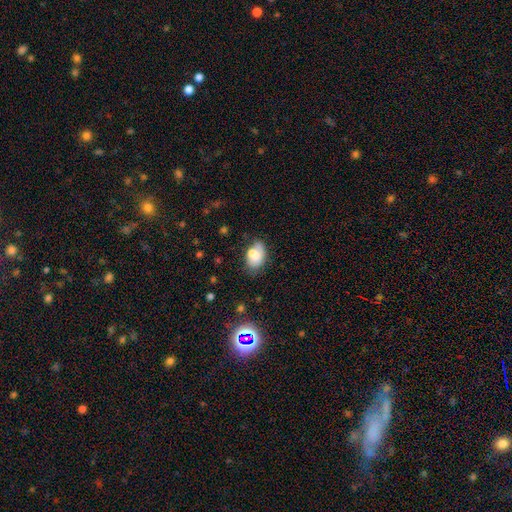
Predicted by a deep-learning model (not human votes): This is likely a smooth galaxy (68%). How rounded: clearly in between (83%). Merging: possibly none (45%).